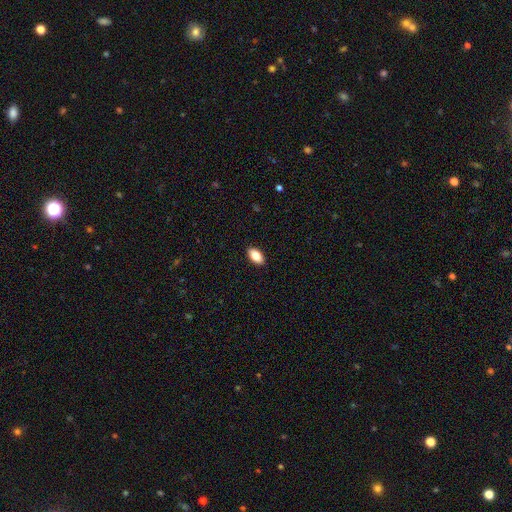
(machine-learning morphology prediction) Smooth or featured?
  - smooth: 85% *
  - featured or disk: 8%
  - star or artifact: 7%
How rounded?
  - in between: 93% *
  - round: 4%
  - cigar-shaped: 3%
Merging?
  - none: 90% *
  - minor disturbance: 7%
  - major disturbance: 2%
  - merger: 1%